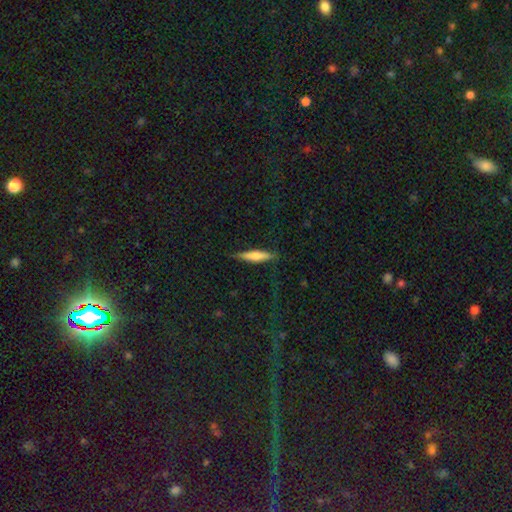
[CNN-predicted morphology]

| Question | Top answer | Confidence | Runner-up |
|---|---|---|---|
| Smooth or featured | smooth | 50% | featured or disk (43%) |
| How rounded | cigar-shaped | 83% | in between (15%) |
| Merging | none | 82% | minor disturbance (13%) |